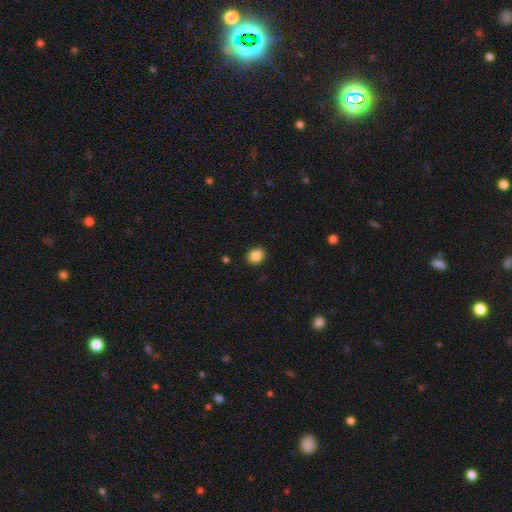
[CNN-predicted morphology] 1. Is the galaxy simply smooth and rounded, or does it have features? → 85% smooth, 10% star or artifact, 5% featured or disk.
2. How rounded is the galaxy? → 61% round, 38% in between, 1% cigar-shaped.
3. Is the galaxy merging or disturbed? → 90% none, 7% minor disturbance, 2% major disturbance, 1% merger.